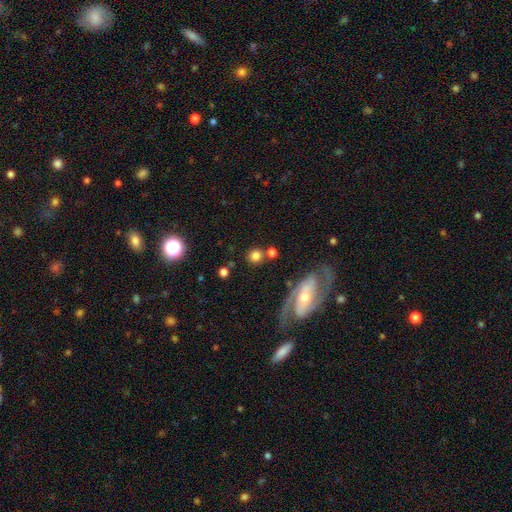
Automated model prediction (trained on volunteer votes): This appears to be a smooth galaxy with no disk features (75%) that is round (88%). Merging: none (74%).